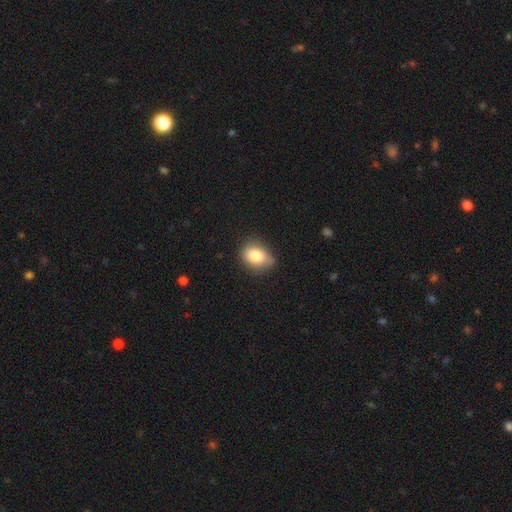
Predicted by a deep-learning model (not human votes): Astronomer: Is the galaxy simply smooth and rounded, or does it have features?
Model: smooth — 81%.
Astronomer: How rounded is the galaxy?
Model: in between — 66%.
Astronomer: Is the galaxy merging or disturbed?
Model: none — 67%.